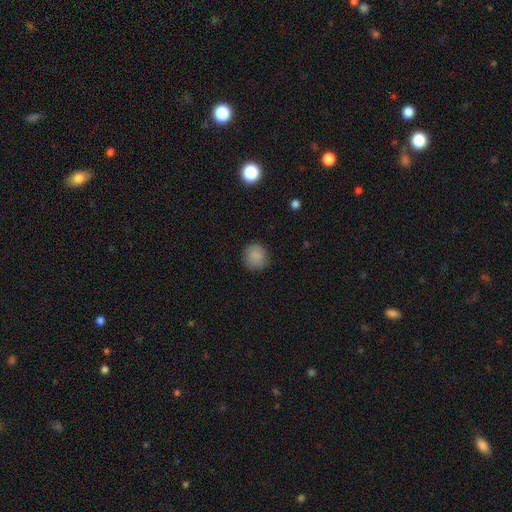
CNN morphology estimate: This is clearly a smooth galaxy (86%). How rounded: clearly round (91%). Merging: clearly none (87%).